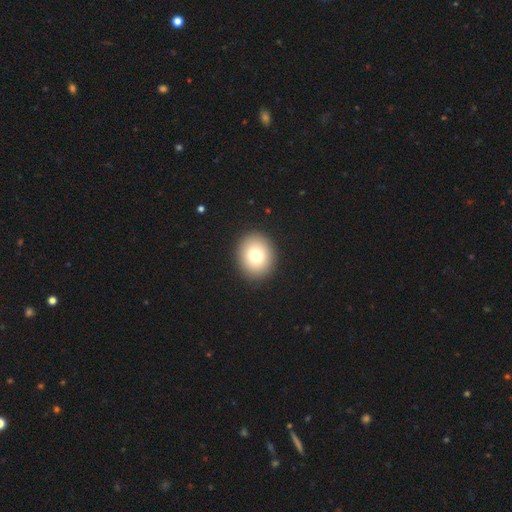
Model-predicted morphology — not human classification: smooth-or-featured: smooth: 76% | featured or disk: 14% | star or artifact: 10%
  how-rounded: round: 64% | in between: 35% | cigar-shaped: 1%
  merging: none: 91% | minor disturbance: 6% | major disturbance: 2% | merger: 1%